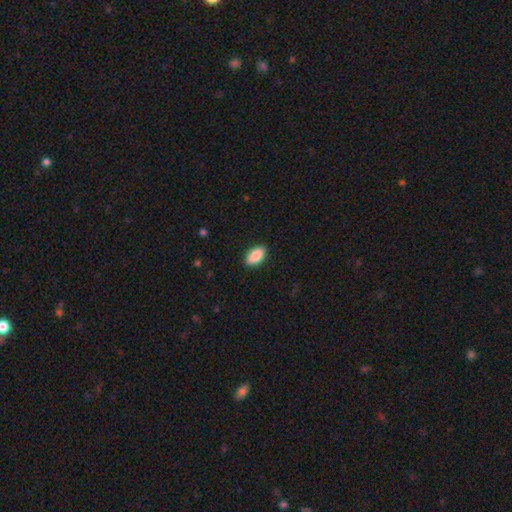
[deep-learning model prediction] smooth-or-featured: smooth: 89% | star or artifact: 6% | featured or disk: 4%
  how-rounded: in between: 92% | cigar-shaped: 5% | round: 3%
  merging: none: 90% | minor disturbance: 8% | major disturbance: 2% | merger: 1%